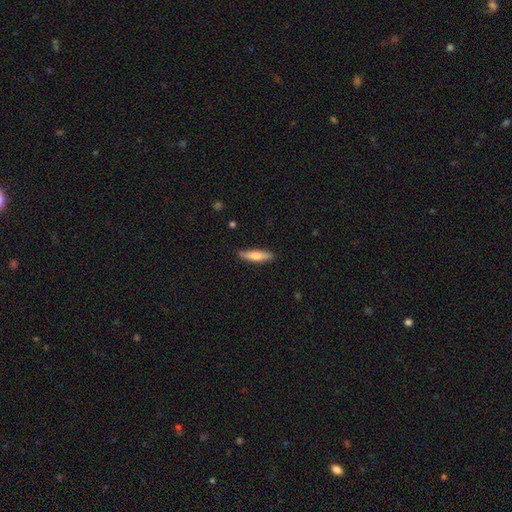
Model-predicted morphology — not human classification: Q: Smooth or featured?
A: smooth (70%); runner-up: featured or disk (25%)
Q: How rounded?
A: cigar-shaped (75%); runner-up: in between (24%)
Q: Merging?
A: none (85%); runner-up: minor disturbance (12%)